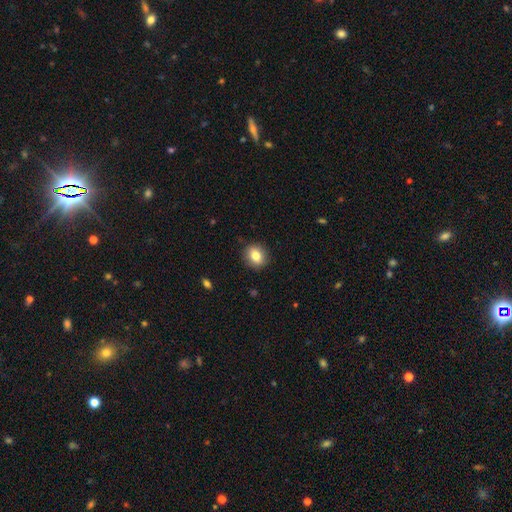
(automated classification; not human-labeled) This is clearly a smooth galaxy (80%). How rounded: likely round (70%). Merging: clearly none (88%).